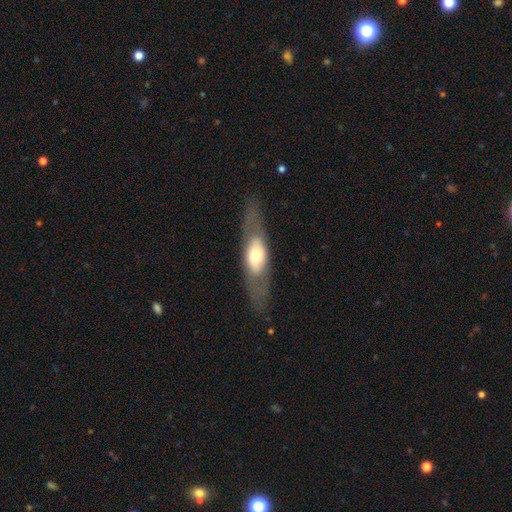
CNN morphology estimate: Smooth or featured? featured or disk (50%)
Edge-on disk? no (54%)
Merging? none (75%)